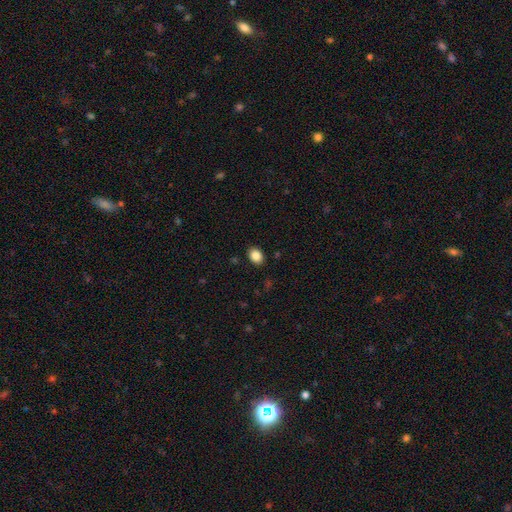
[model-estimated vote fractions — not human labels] Smooth or featured: smooth — 87% (star or artifact — 9%)
How rounded: in between — 68% (round — 31%)
Merging: none — 89% (minor disturbance — 8%)